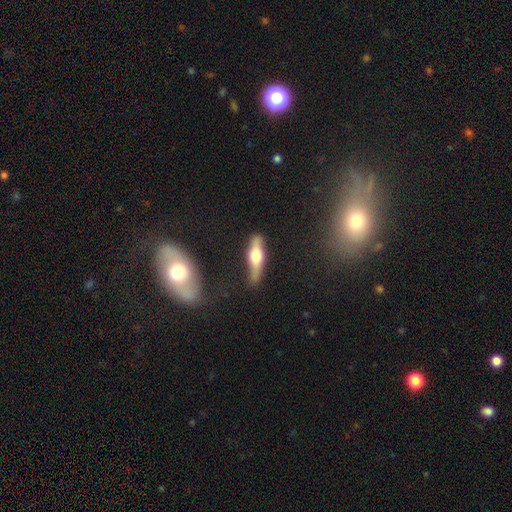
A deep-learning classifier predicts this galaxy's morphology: Smooth or featured?
  - featured or disk: 57% *
  - smooth: 37%
  - star or artifact: 6%
Edge-on disk?
  - yes: 89% *
  - no: 11%
Edge-on bulge?
  - rounded: 91% *
  - boxy: 6%
  - none: 3%
Merging?
  - none: 74% *
  - minor disturbance: 18%
  - major disturbance: 5%
  - merger: 3%